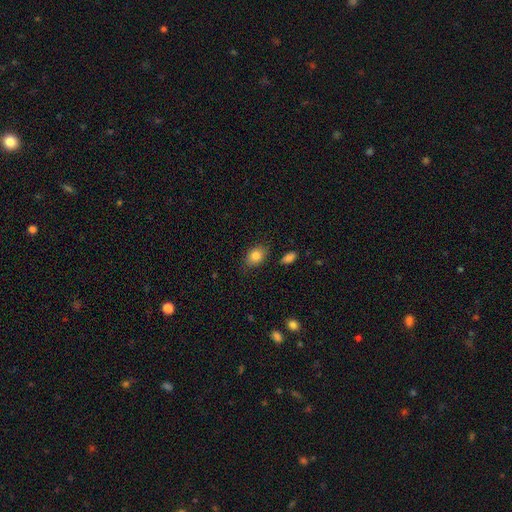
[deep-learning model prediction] Smooth or featured? smooth (84%)
How rounded? in between (75%)
Merging? none (80%)